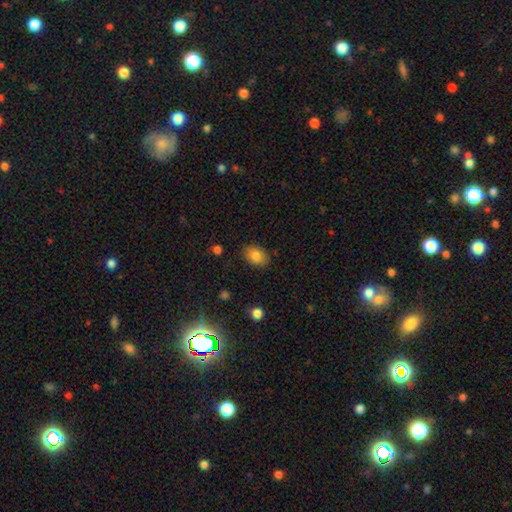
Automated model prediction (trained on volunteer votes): A smooth galaxy with no disk features (83%) that is in between round and cigar-shaped (78%). Merging: none (82%).